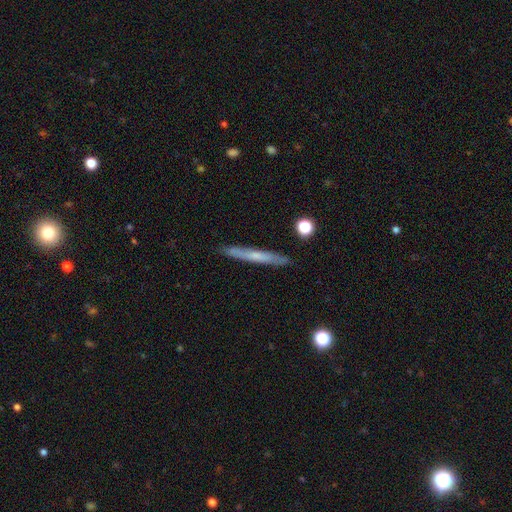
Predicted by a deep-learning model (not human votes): smooth 50%, featured or disk 44%, star or artifact 6%. Down the decision tree: merging — none (90%).